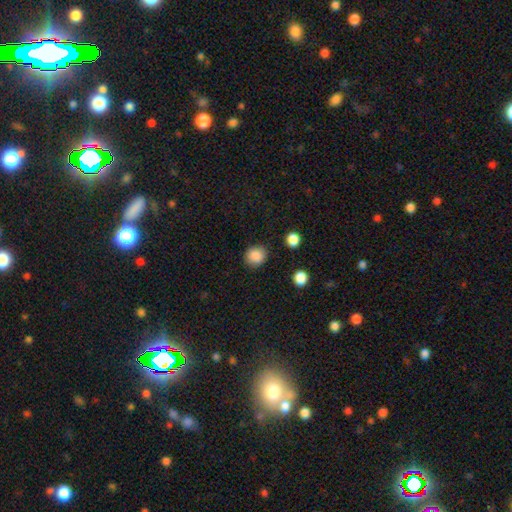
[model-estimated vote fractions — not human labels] This is clearly a smooth galaxy (87%). How rounded: clearly round (81%). Merging: clearly none (86%).